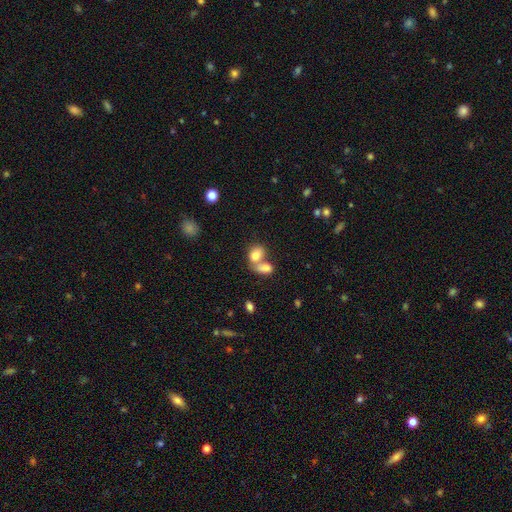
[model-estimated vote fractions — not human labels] This appears to be a smooth galaxy with no disk features (80%) that is in between round and cigar-shaped (72%). Merging: merger (62%).